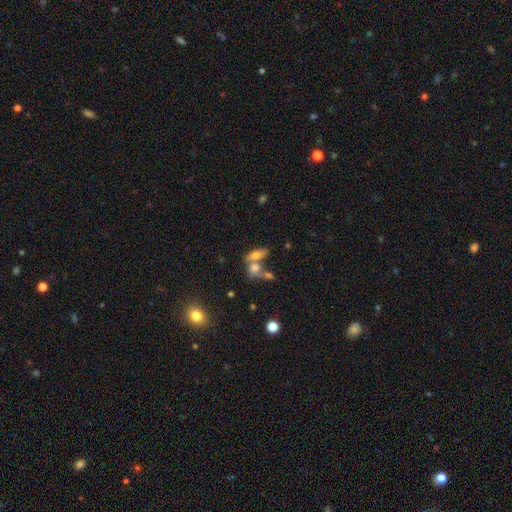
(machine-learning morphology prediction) A smooth galaxy with no disk features (66%) that is in between round and cigar-shaped (74%).

Vote fractions:
- Smooth or featured? smooth: 66% / featured or disk: 23% / star or artifact: 11%
- How rounded? in between: 74% / cigar-shaped: 17% / round: 10%
- Merging? merger: 47% / none: 37% / minor disturbance: 10% / major disturbance: 6%